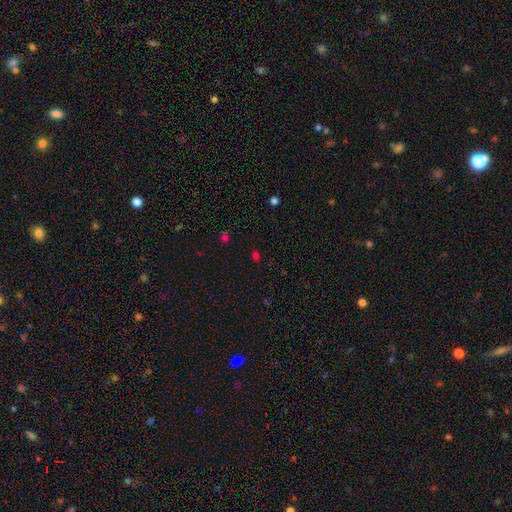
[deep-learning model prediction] A smooth galaxy with no disk features (59%) that is in between round and cigar-shaped (56%). Merging: none (82%).